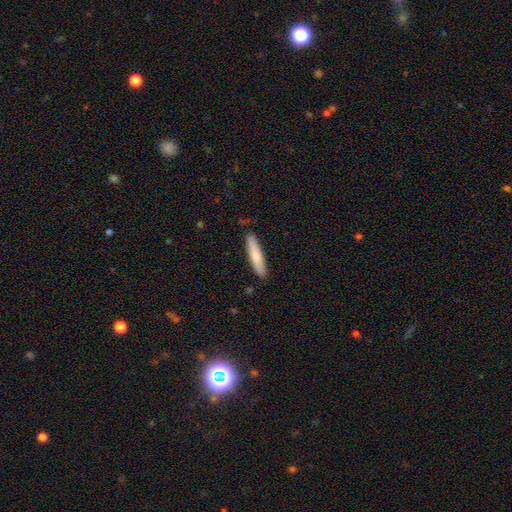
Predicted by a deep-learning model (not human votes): Smooth or featured? Predicted: smooth (p=0.72). How rounded? Predicted: cigar-shaped (p=0.85). Merging? Predicted: none (p=0.87).